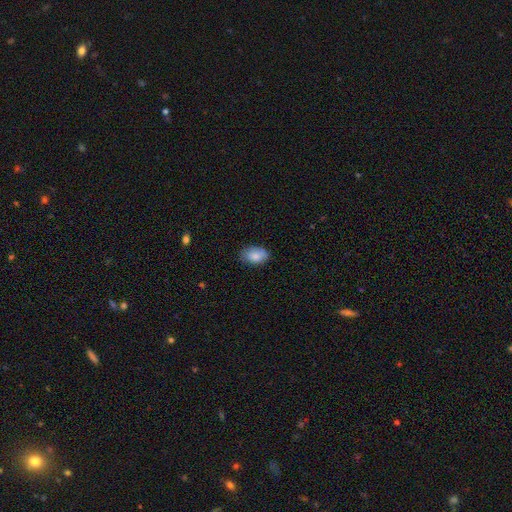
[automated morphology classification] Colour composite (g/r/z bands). It shows a smooth galaxy with no disk features (83%) that is in between round and cigar-shaped (89%). Merging: none (75%).